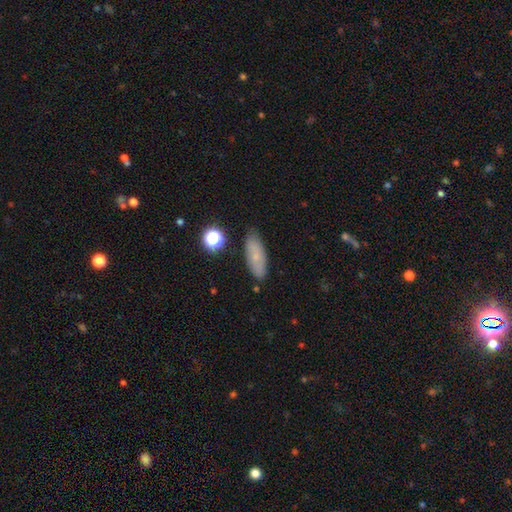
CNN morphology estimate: Q: Smooth or featured?
A: smooth (68%); runner-up: featured or disk (22%)
Q: How rounded?
A: in between (68%); runner-up: cigar-shaped (28%)
Q: Merging?
A: none (81%); runner-up: minor disturbance (14%)